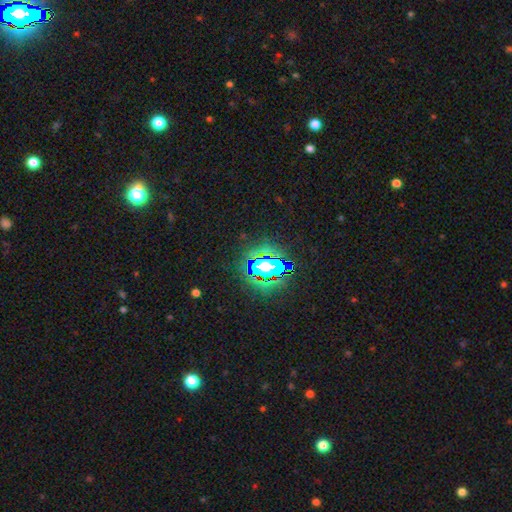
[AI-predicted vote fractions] smooth-or-featured: star or artifact: 74% | smooth: 16% | featured or disk: 11%